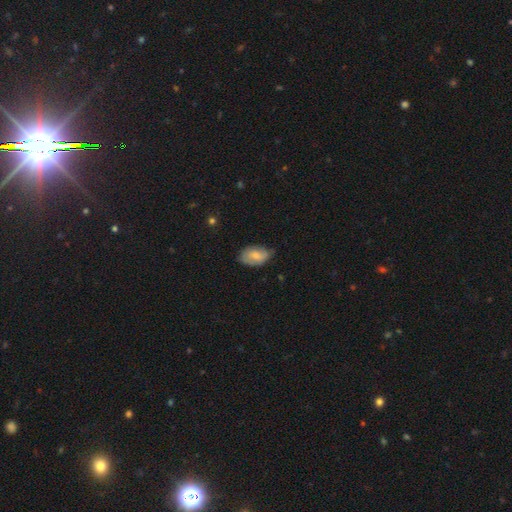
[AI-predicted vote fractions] Overall: smooth (73%). How rounded: in between (89%). Merging: none (61%; minor disturbance 32%).